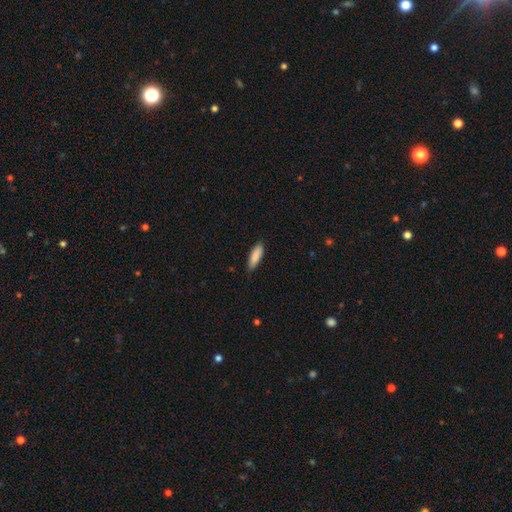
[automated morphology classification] Overall: smooth (88%). How rounded: in between (51%; cigar-shaped 47%). Merging: none (80%).